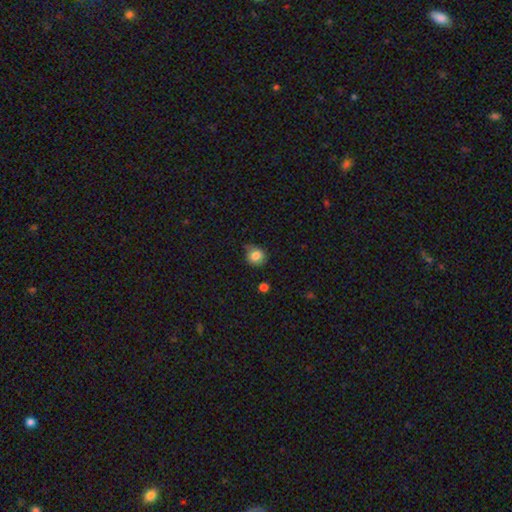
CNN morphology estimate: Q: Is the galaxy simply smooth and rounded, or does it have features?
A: smooth — 82%.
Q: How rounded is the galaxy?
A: round — 84%.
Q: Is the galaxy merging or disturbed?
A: none — 71%.